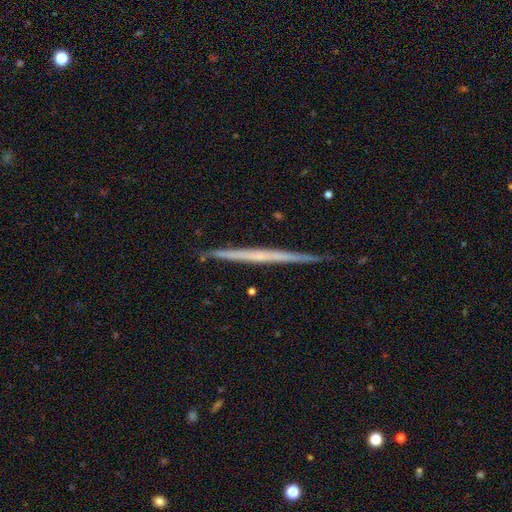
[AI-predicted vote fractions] smooth-or-featured: featured or disk: 64% | smooth: 30% | star or artifact: 6%
  disk-edge-on: yes: 98% | no: 2%
    edge-on-bulge: none: 86% | rounded: 11% | boxy: 4%
  merging: none: 91% | minor disturbance: 7% | major disturbance: 1% | merger: 1%